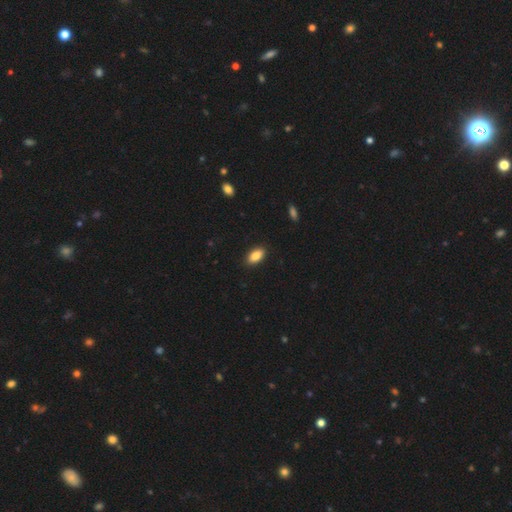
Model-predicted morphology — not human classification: Smooth or featured? Predicted: smooth (p=0.86). How rounded? Predicted: in between (p=0.91). Merging? Predicted: none (p=0.89).